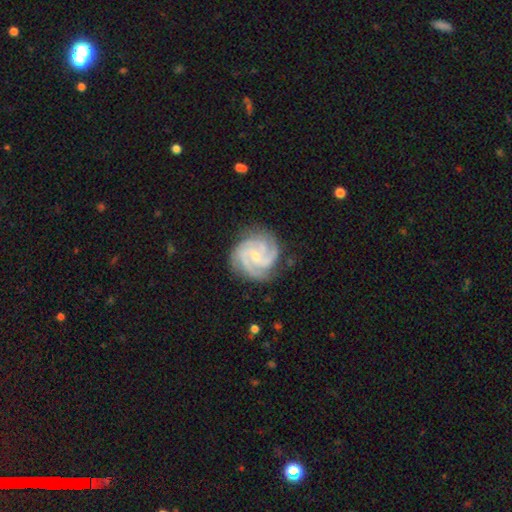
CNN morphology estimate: smooth-or-featured: featured or disk: 91% | smooth: 5% | star or artifact: 4%
  disk-edge-on: no: 98% | yes: 2%
    bar: no: 57% | weak: 36% | strong: 8%
    has-spiral-arms: yes: 99% | no: 1%
      spiral-winding: tight: 62% | medium: 34% | loose: 4%
      spiral-arm-count: 3: 61% | 4: 15% | 2: 10% | can't tell: 6% | more than 4: 4% | 1: 4%
    bulge-size: small: 71% | moderate: 22% | none: 5% | large: 1% | dominant: 1%
  merging: none: 80% | minor disturbance: 15% | major disturbance: 4% | merger: 1%